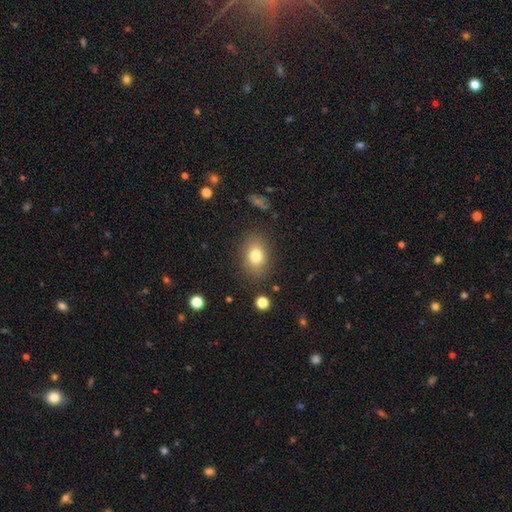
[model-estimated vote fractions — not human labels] A smooth galaxy with no disk features (79%) that is in between round and cigar-shaped (73%).

Vote fractions:
- Smooth or featured? smooth: 79% / featured or disk: 11% / star or artifact: 10%
- How rounded? in between: 73% / round: 26% / cigar-shaped: 1%
- Merging? none: 83% / minor disturbance: 11% / major disturbance: 4% / merger: 2%